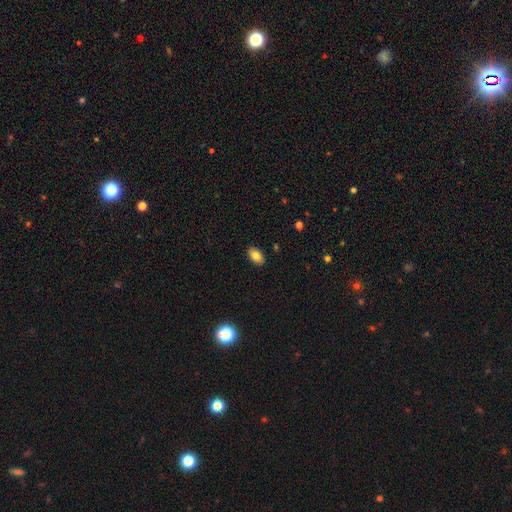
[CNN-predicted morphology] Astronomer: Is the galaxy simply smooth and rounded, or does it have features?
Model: smooth — 83%.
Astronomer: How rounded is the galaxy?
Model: in between — 92%.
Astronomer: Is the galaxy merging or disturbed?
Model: none — 89%.